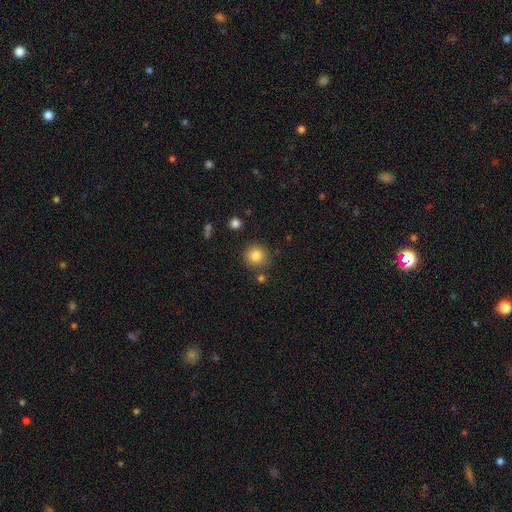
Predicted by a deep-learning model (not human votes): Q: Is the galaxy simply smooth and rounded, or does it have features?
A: smooth — 83%.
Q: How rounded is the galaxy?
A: round — 91%.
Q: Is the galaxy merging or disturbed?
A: none — 83%.